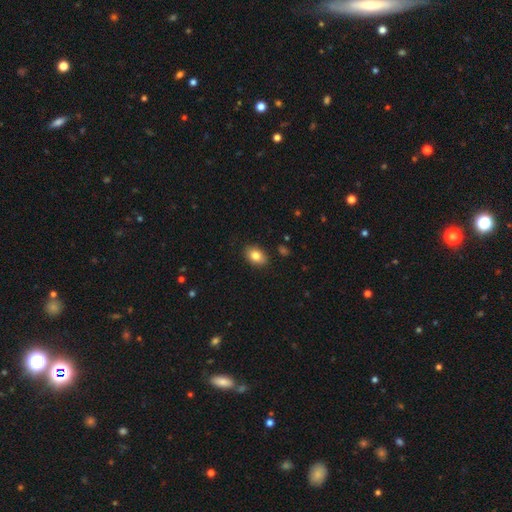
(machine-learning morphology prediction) smooth 83%, featured or disk 9%, star or artifact 8%. Down the decision tree: how rounded — in between (80%); merging — none (87%).